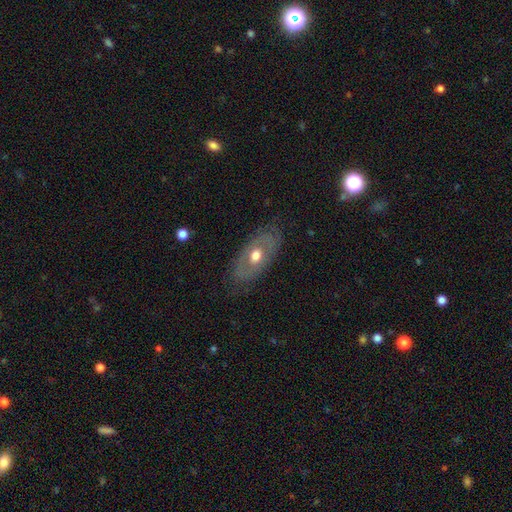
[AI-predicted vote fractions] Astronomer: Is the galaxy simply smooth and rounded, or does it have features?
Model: featured or disk — 52% (runner-up: smooth, 42%).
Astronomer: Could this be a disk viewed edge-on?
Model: no — 84%.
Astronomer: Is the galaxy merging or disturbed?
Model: none — 78%.